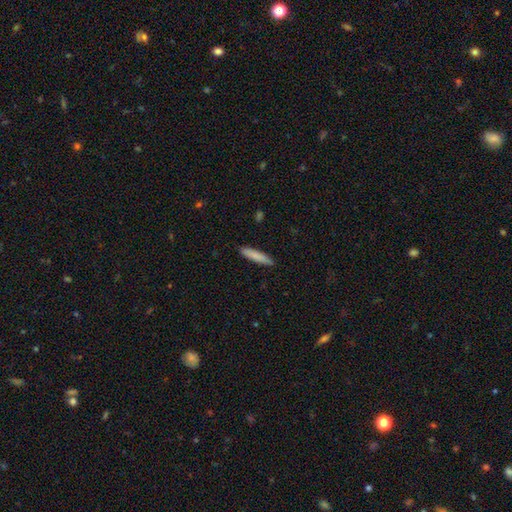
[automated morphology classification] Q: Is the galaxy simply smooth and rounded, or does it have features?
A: smooth — 84%.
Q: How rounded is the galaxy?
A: cigar-shaped — 86%.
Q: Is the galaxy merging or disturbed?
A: none — 89%.